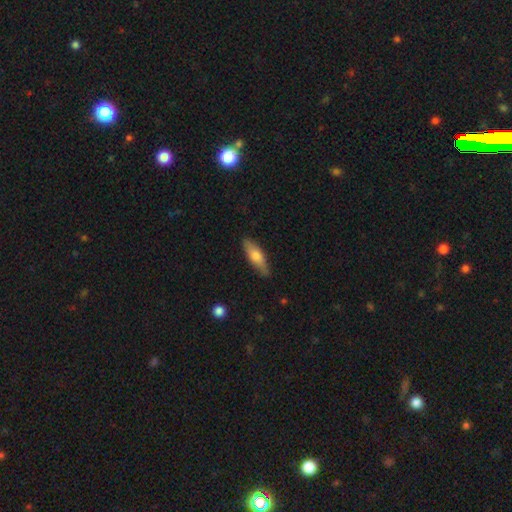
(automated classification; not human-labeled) Smooth or featured? Predicted: smooth (p=0.67). How rounded? Predicted: cigar-shaped (p=0.52). Merging? Predicted: none (p=0.83).